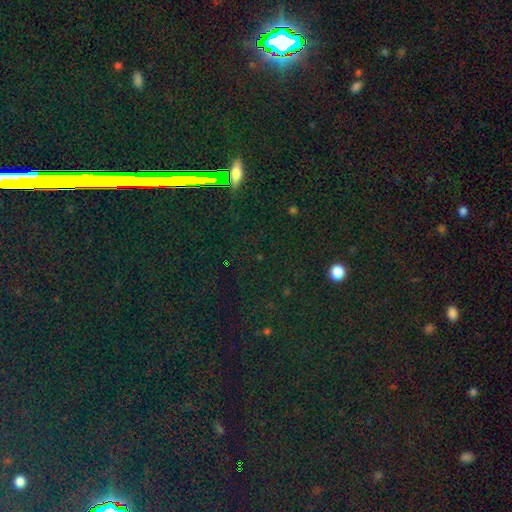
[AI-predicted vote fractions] A star or artifact, not a galaxy (81%).